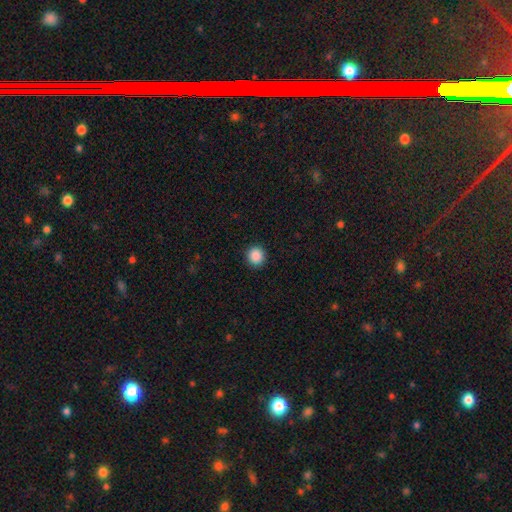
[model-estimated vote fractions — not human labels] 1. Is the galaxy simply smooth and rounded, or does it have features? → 89% smooth, 9% star or artifact, 2% featured or disk.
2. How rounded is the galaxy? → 92% round, 7% in between, 1% cigar-shaped.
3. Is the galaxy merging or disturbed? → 92% none, 5% minor disturbance, 2% major disturbance, 1% merger.